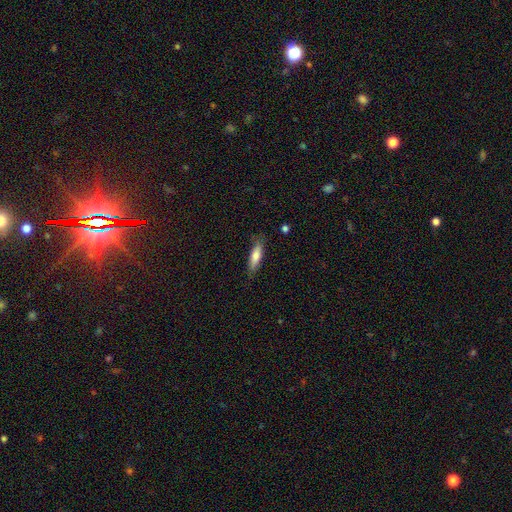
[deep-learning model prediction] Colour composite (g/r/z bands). It shows a smooth galaxy with no disk features (74%) that is cigar-shaped (59%). Merging: none (80%).